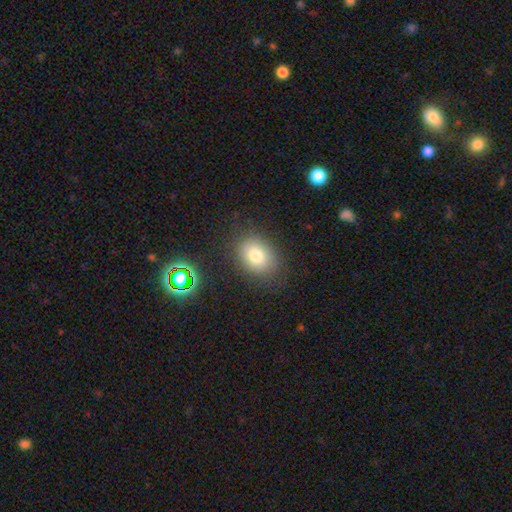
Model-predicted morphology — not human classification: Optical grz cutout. It shows a smooth galaxy with no disk features (77%) that is in between round and cigar-shaped (59%). Merging: none (82%).